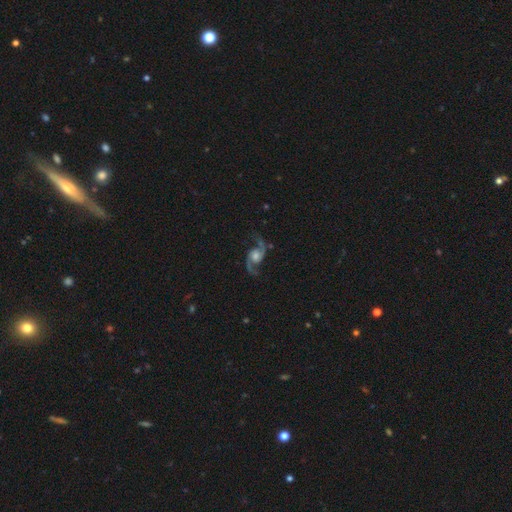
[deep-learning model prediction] Overall: featured or disk (90%). Edge-on disk: no (97%). Bar: no (64%; weak 28%). Spiral arms: yes (98%). Spiral arm count: 2 (94%). Spiral winding: loose (61%; medium 33%). Bulge size: moderate (48%; small 28%). Merging: none (78%).